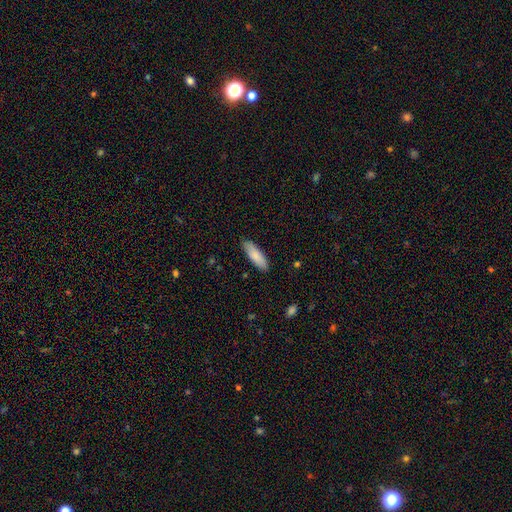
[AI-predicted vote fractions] Morphology: type=smooth (84%); roundness=in between (52%); merging=none (85%).